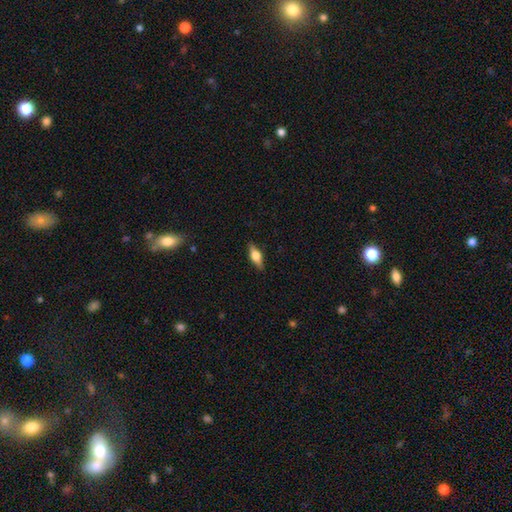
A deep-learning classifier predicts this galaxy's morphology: Smooth or featured? Predicted: smooth (p=0.47). Merging? Predicted: none (p=0.87).